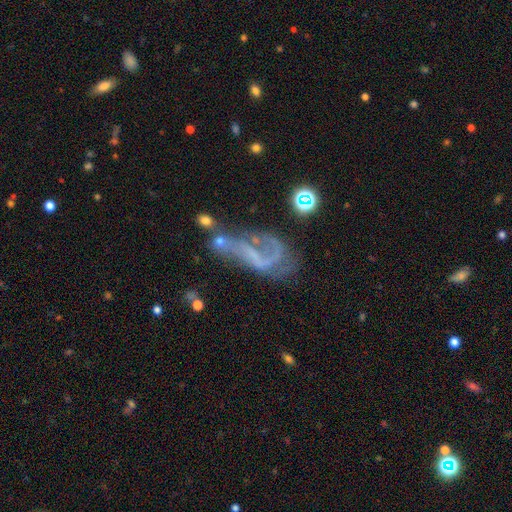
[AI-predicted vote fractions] Q: Smooth or featured?
A: featured or disk (63%); runner-up: smooth (20%)
Q: Edge-on disk?
A: no (90%); runner-up: yes (10%)
Q: Bar?
A: no (52%); runner-up: weak (28%)
Q: Spiral arms?
A: yes (55%); runner-up: no (45%)
Q: Bulge size?
A: none (64%); runner-up: small (25%)
Q: Merging?
A: major disturbance (36%); runner-up: none (28%)